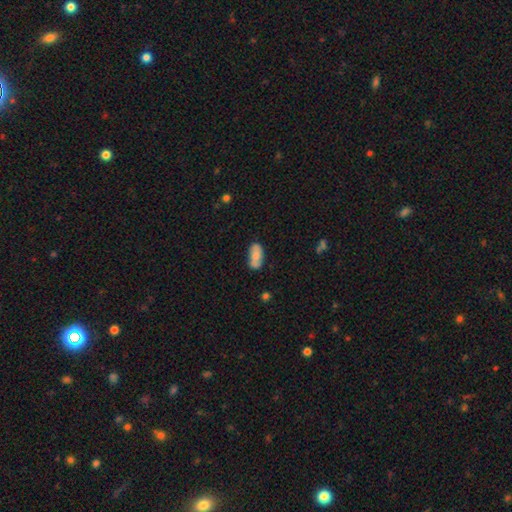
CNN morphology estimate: This is likely a smooth galaxy (65%). How rounded: clearly in between (91%). Merging: likely none (65%).